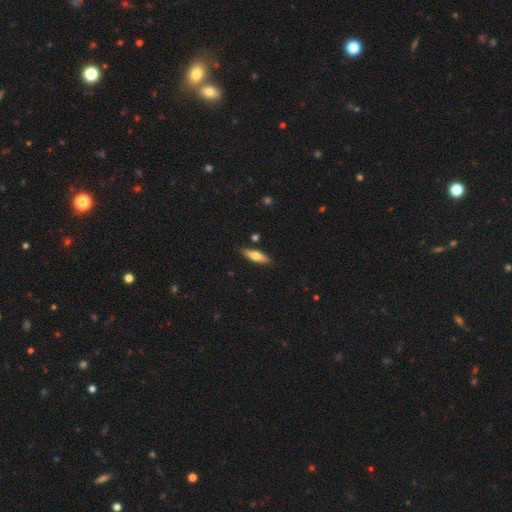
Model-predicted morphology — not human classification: This is likely a smooth galaxy (62%). How rounded: possibly cigar-shaped (58%). Merging: clearly none (86%).